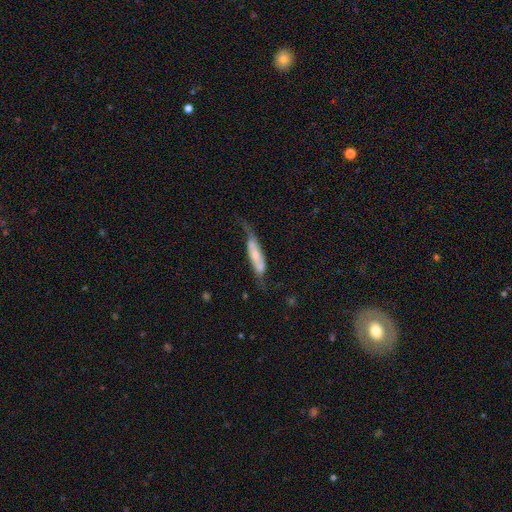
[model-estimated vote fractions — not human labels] smooth-or-featured: featured or disk: 52% | smooth: 41% | star or artifact: 7%
  disk-edge-on: no: 56% | yes: 44%
  merging: none: 43% | minor disturbance: 26% | major disturbance: 23% | merger: 8%